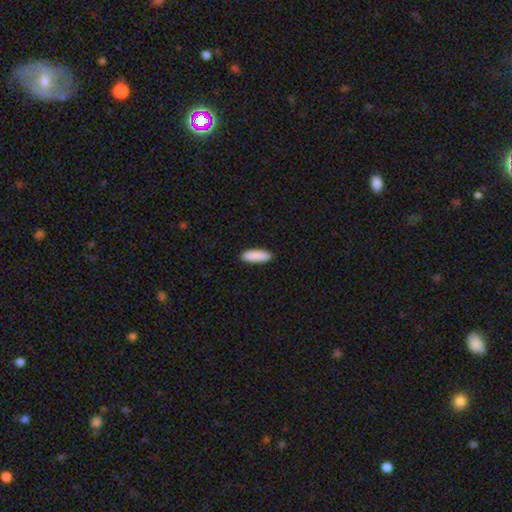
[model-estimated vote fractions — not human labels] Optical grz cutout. It shows a smooth galaxy with no disk features (90%) that is in between round and cigar-shaped (56%). Merging: none (90%).